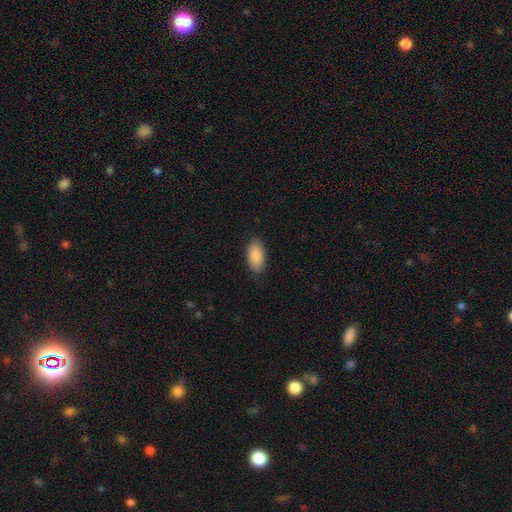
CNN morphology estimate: Smooth or featured? smooth (87%)
How rounded? in between (94%)
Merging? none (86%)